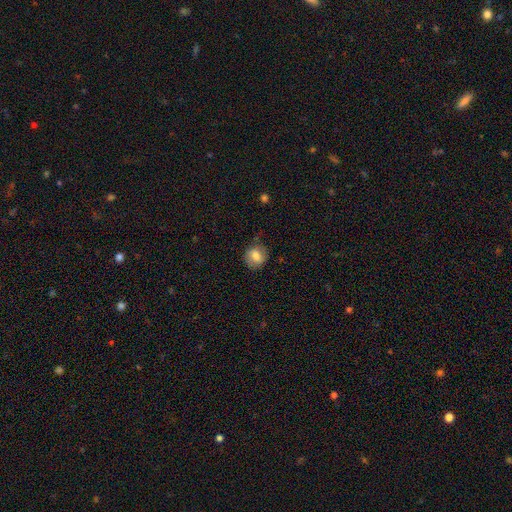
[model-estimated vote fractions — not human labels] Smooth or featured? Predicted: smooth (p=0.73). How rounded? Predicted: round (p=0.72). Merging? Predicted: none (p=0.73).